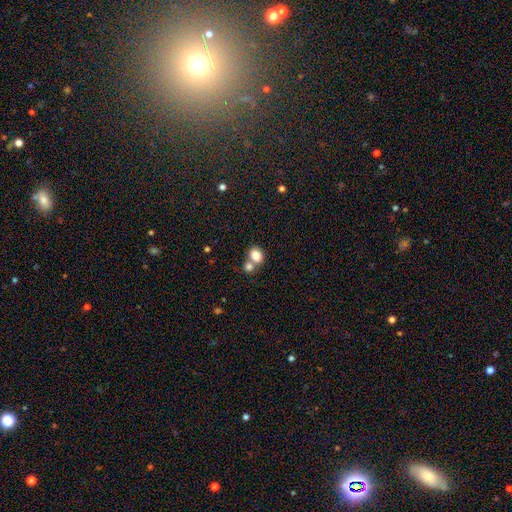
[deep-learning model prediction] This appears to be a smooth galaxy with no disk features (82%) that is in between round and cigar-shaped (52%). Merging: merger (48%).